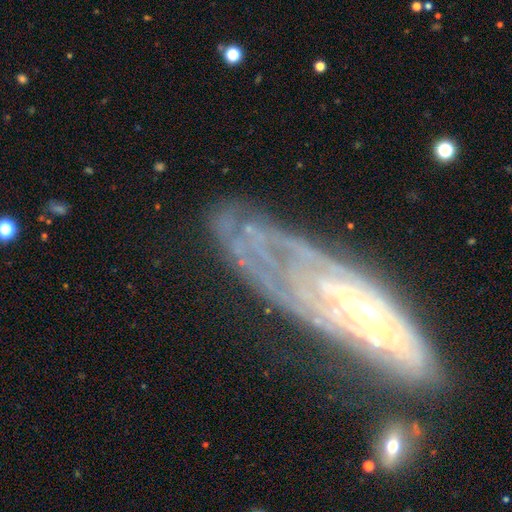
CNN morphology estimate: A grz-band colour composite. It shows a featured or disk galaxy (80%) with no bar (49%), spiral arms (82%) and a small central bulge (51%). Merging: none (62%).